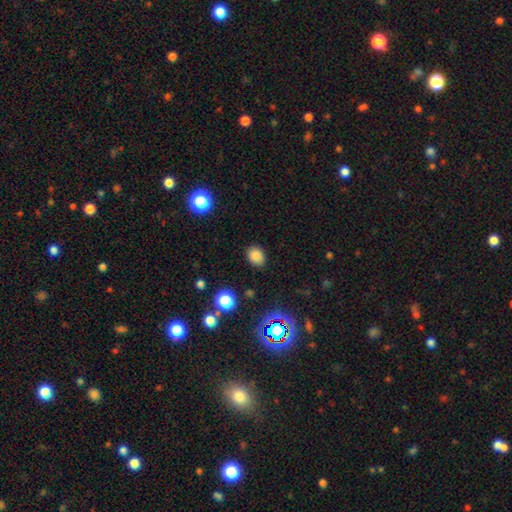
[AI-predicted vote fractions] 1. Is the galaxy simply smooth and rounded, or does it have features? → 82% smooth, 13% star or artifact, 5% featured or disk.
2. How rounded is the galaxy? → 62% in between, 37% round, 1% cigar-shaped.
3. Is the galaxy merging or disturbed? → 85% none, 10% minor disturbance, 3% major disturbance, 1% merger.